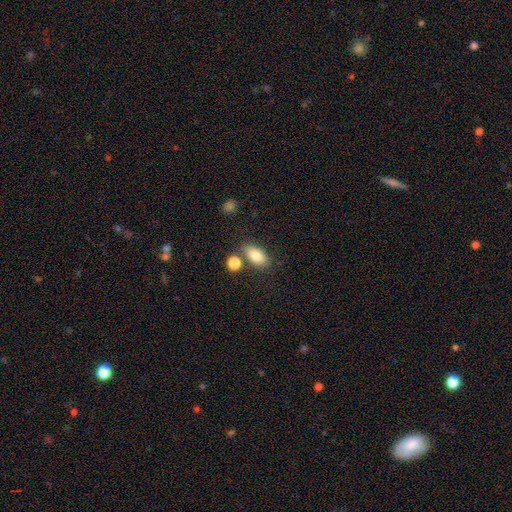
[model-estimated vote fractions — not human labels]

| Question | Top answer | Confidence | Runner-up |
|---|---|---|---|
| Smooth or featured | smooth | 81% | featured or disk (11%) |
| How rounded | in between | 88% | round (7%) |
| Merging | none | 71% | merger (13%) |